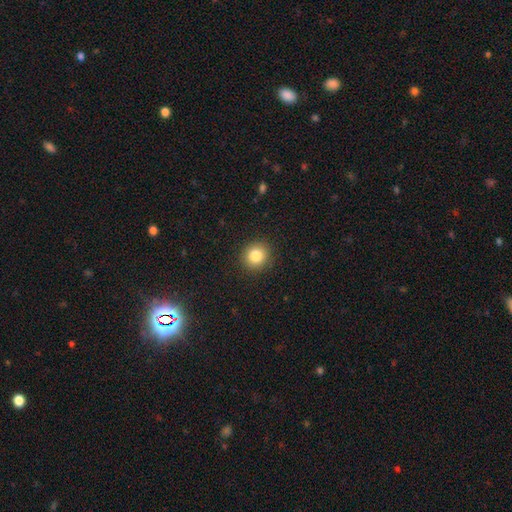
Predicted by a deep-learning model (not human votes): smooth 83%, star or artifact 10%, featured or disk 6%. Down the decision tree: how rounded — round (90%); merging — none (91%).